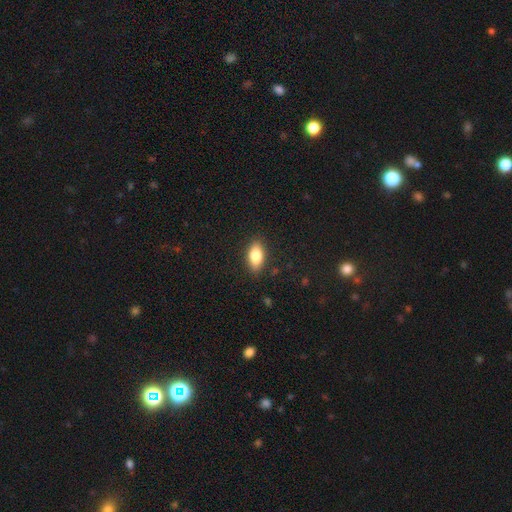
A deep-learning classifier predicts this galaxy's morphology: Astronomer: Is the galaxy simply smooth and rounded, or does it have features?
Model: smooth — 79%.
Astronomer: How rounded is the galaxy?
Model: in between — 87%.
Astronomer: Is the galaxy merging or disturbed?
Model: none — 87%.